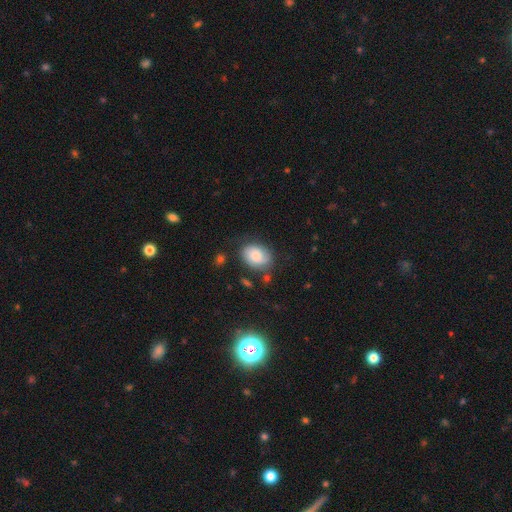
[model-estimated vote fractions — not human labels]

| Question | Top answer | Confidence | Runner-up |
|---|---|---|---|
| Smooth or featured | smooth | 74% | featured or disk (18%) |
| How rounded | in between | 70% | round (29%) |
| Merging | none | 67% | minor disturbance (22%) |